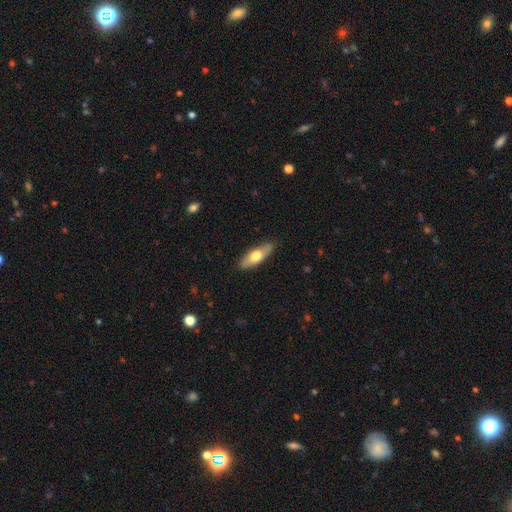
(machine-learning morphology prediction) This appears to be a smooth galaxy with no disk features (58%) that is in between round and cigar-shaped (58%). Merging: none (87%).